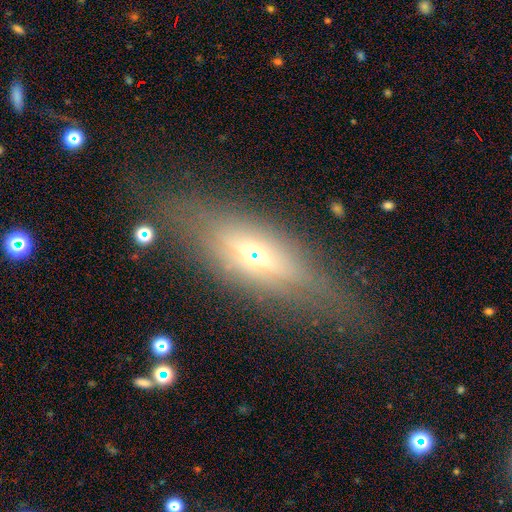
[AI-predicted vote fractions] featured or disk 50%, smooth 36%, star or artifact 14%. Down the decision tree: merging — none (73%).